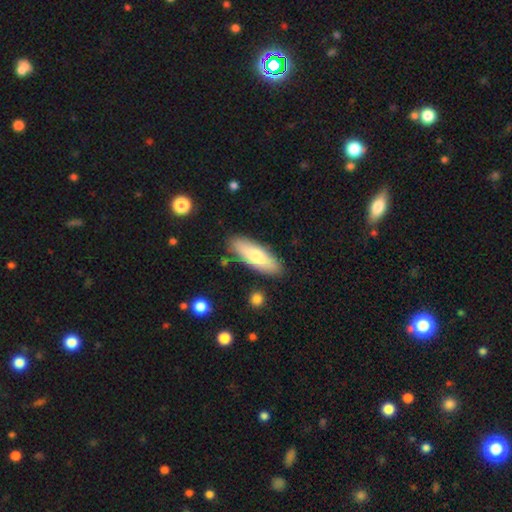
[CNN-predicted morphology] smooth 70%, featured or disk 24%, star or artifact 6%. Down the decision tree: how rounded — in between (58%); merging — none (85%).